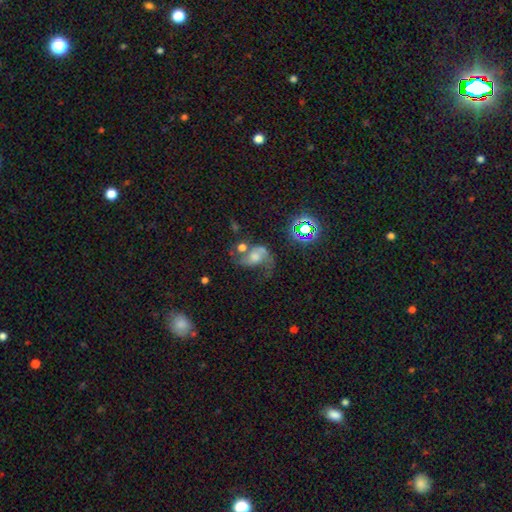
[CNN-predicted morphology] smooth-or-featured: featured or disk: 61% | smooth: 23% | star or artifact: 16%
  disk-edge-on: no: 97% | yes: 3%
    bar: no: 65% | weak: 28% | strong: 8%
    has-spiral-arms: yes: 82% | no: 18%
    bulge-size: moderate: 40% | small: 21% | large: 20% | none: 14% | dominant: 4%
  merging: major disturbance: 32% | none: 28% | merger: 25% | minor disturbance: 16%